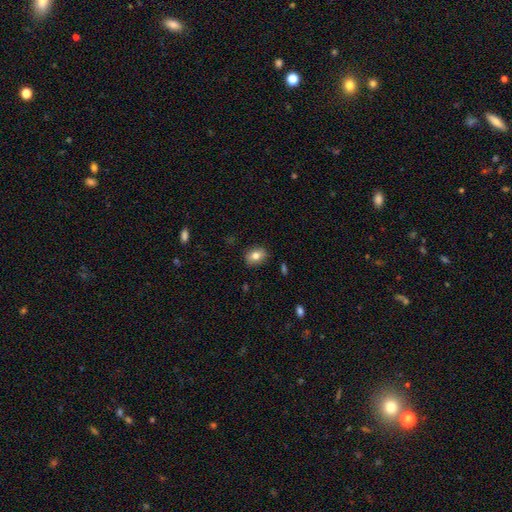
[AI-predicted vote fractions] A smooth galaxy with no disk features (80%) that is in between round and cigar-shaped (71%). Merging: none (86%).